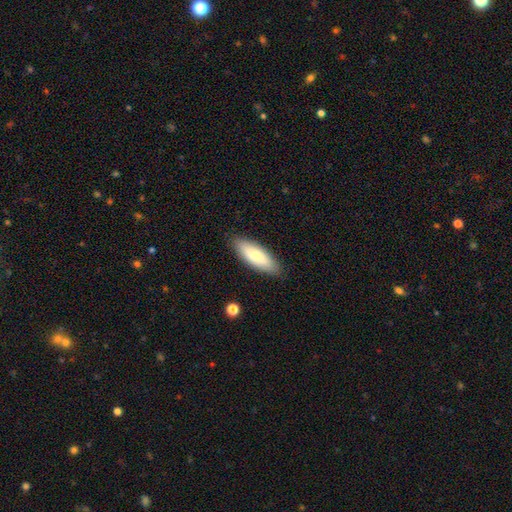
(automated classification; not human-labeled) smooth 76%, featured or disk 18%, star or artifact 6%. Down the decision tree: how rounded — in between (60%); merging — none (87%).